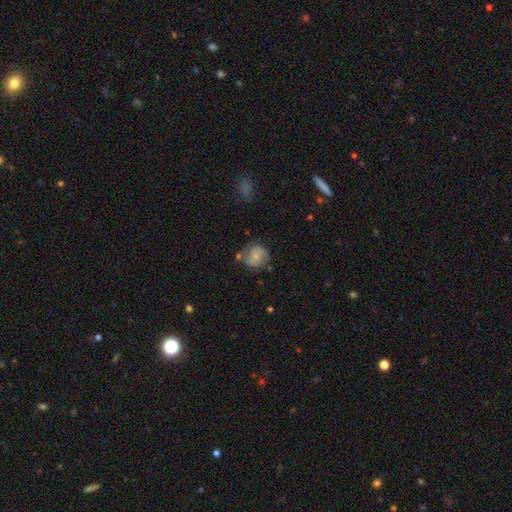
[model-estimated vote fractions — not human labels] smooth-or-featured: smooth: 66% | featured or disk: 26% | star or artifact: 8%
  how-rounded: round: 83% | in between: 16% | cigar-shaped: 1%
  merging: none: 63% | minor disturbance: 22% | merger: 8% | major disturbance: 7%